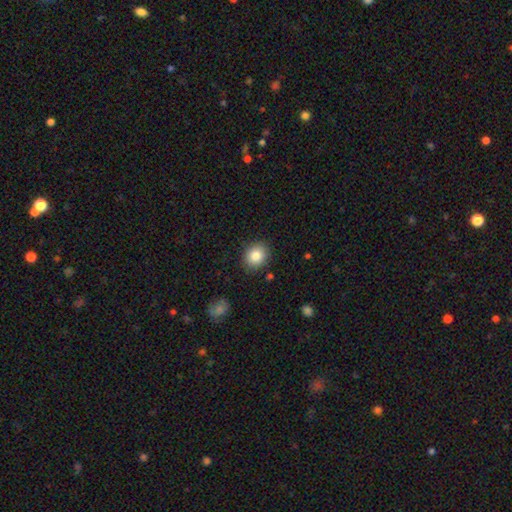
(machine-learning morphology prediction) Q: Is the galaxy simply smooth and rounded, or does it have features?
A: smooth — 85%.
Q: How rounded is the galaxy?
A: round — 63%.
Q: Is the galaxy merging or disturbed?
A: none — 87%.